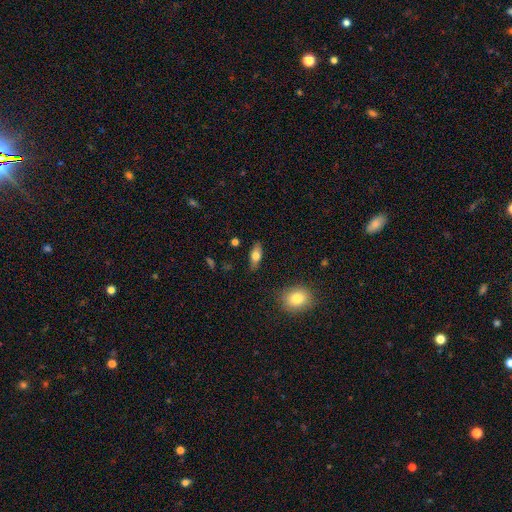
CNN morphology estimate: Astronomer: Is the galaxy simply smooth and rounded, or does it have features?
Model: smooth — 69%.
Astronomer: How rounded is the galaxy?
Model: in between — 78%.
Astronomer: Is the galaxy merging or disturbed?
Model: none — 82%.